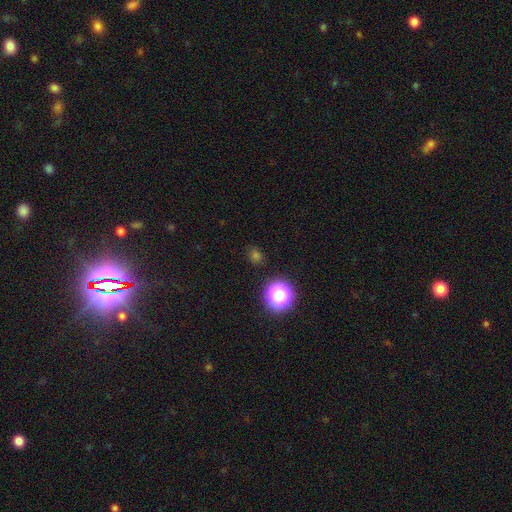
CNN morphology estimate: This is possibly a smooth galaxy (58%). How rounded: likely round (79%). Merging: clearly none (86%).